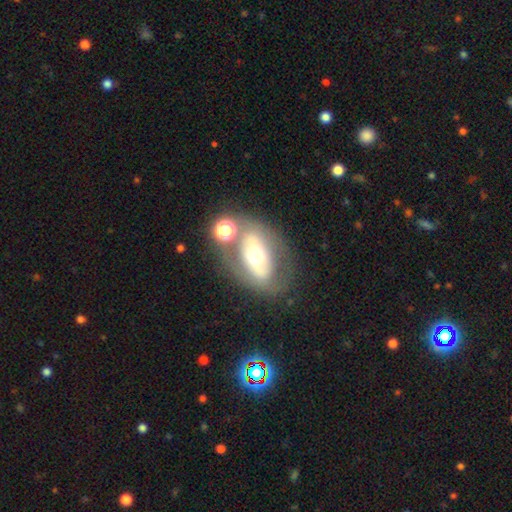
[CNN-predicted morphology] smooth_or_featured: featured or disk (p=0.58) [alt: smooth p=0.32]
disk_edge_on: no (p=0.88) [alt: yes p=0.12]
bar: no (p=0.45) [alt: strong p=0.33]
has_spiral_arms: no (p=0.73) [alt: yes p=0.27]
bulge_size: moderate (p=0.65) [alt: large p=0.17]
merging: none (p=0.57) [alt: merger p=0.16]